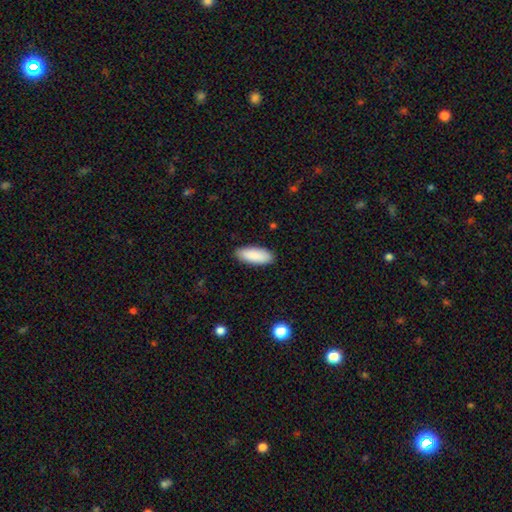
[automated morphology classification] Smooth or featured? smooth (90%)
How rounded? in between (81%)
Merging? none (89%)